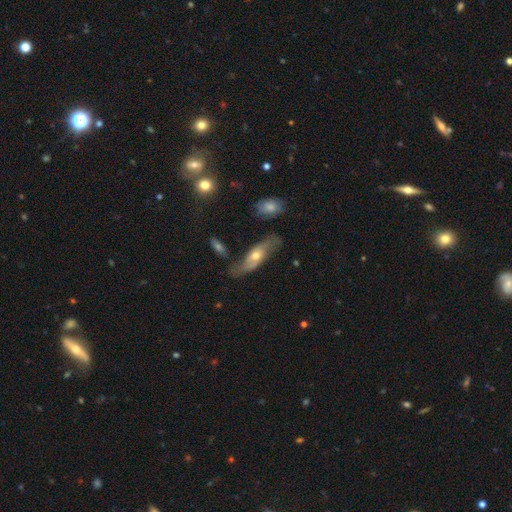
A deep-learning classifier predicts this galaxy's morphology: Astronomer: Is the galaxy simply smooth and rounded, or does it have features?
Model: featured or disk — 63%.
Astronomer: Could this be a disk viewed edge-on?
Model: no — 69%.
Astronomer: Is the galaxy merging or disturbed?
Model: none — 66%.